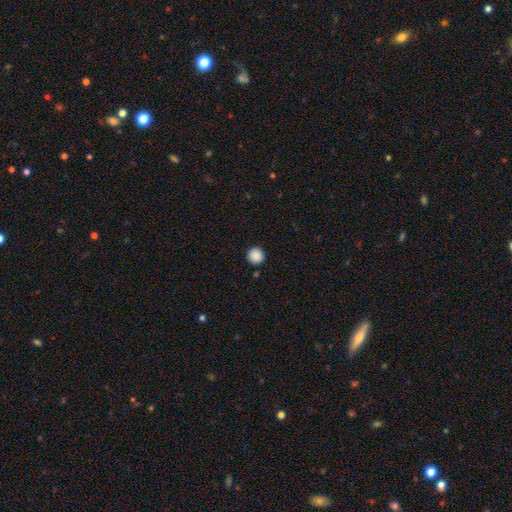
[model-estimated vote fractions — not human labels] A smooth galaxy with no disk features (89%) that is round (95%). Merging: none (92%).